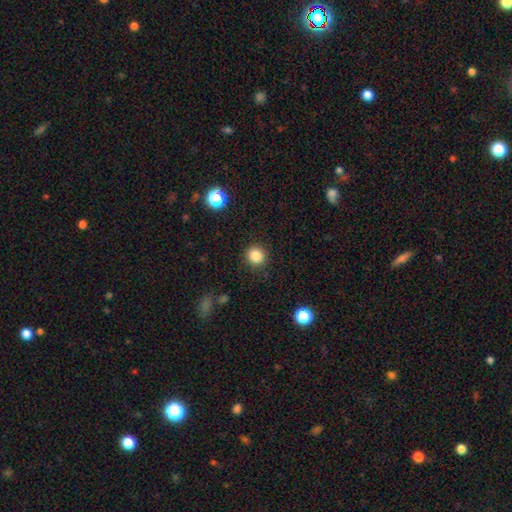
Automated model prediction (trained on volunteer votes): smooth_or_featured: smooth (p=0.85) [alt: star or artifact p=0.11]
how_rounded: round (p=0.90) [alt: in between p=0.09]
merging: none (p=0.89) [alt: minor disturbance p=0.07]